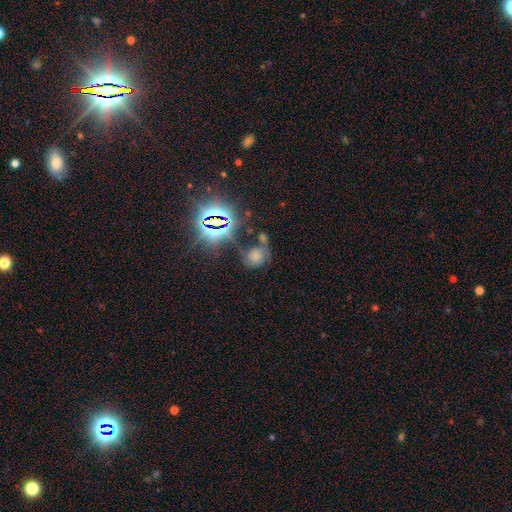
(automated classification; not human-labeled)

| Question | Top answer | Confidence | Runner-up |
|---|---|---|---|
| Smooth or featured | smooth | 53% | star or artifact (32%) |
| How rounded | round | 64% | in between (34%) |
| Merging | none | 42% | minor disturbance (21%) |